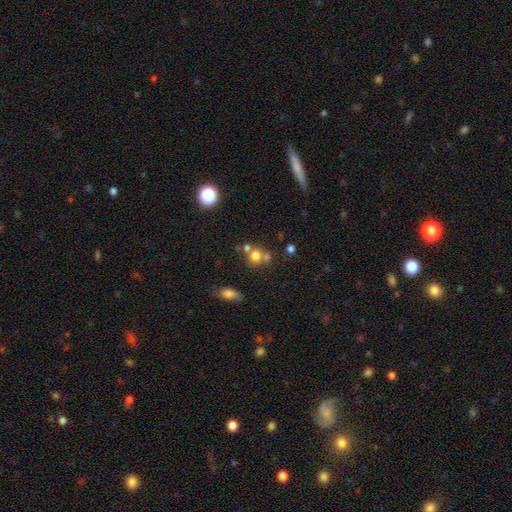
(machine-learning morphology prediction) Q: Smooth or featured?
A: smooth (71%); runner-up: star or artifact (16%)
Q: How rounded?
A: round (80%); runner-up: in between (18%)
Q: Merging?
A: none (46%); runner-up: merger (40%)